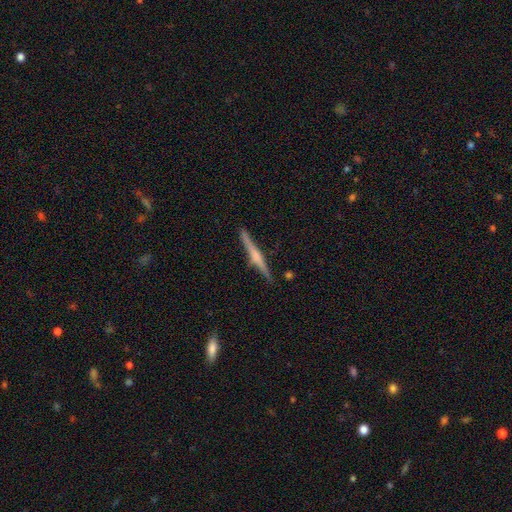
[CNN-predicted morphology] Q: Smooth or featured?
A: featured or disk (69%); runner-up: smooth (25%)
Q: Edge-on disk?
A: yes (98%); runner-up: no (2%)
Q: Edge-on bulge?
A: rounded (64%); runner-up: none (18%)
Q: Merging?
A: none (89%); runner-up: minor disturbance (8%)